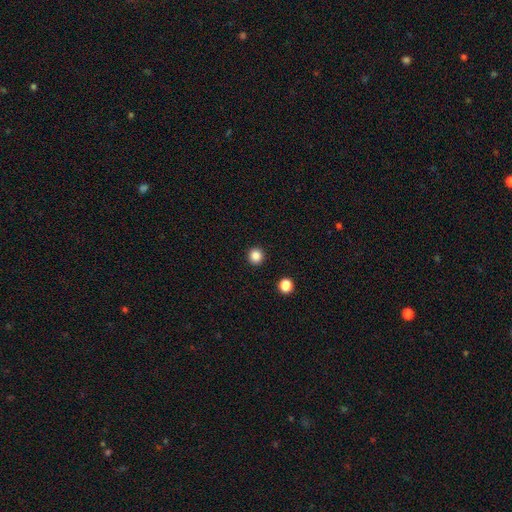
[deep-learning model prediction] This is clearly a smooth galaxy (86%). How rounded: clearly round (94%). Merging: clearly none (93%).